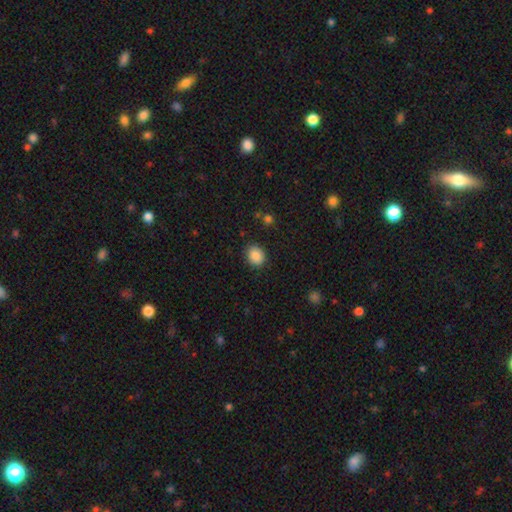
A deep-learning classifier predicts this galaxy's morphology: Smooth or featured? Predicted: smooth (p=0.88). How rounded? Predicted: round (p=0.57). Merging? Predicted: none (p=0.88).